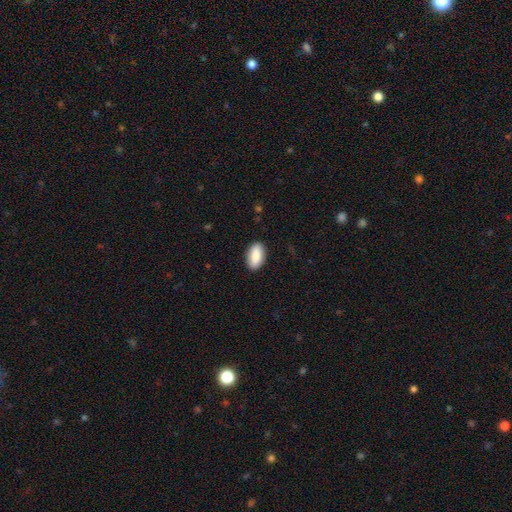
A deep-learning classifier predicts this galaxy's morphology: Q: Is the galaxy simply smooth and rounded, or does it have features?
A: smooth — 84%.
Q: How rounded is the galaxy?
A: in between — 93%.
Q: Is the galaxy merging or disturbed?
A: none — 89%.